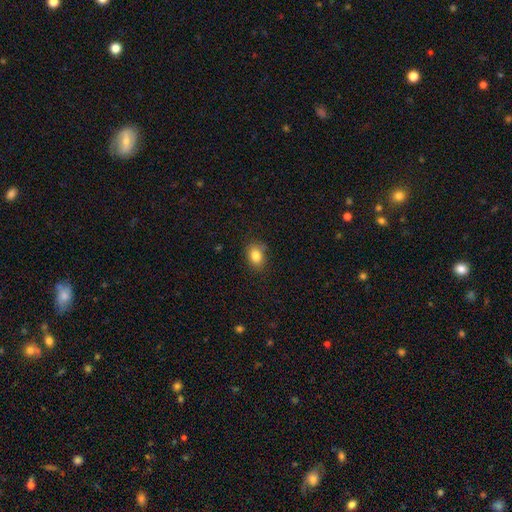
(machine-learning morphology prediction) A smooth galaxy with no disk features (84%) that is in between round and cigar-shaped (67%).

Vote fractions:
- Smooth or featured? smooth: 84% / star or artifact: 9% / featured or disk: 7%
- How rounded? in between: 67% / round: 32% / cigar-shaped: 1%
- Merging? none: 79% / minor disturbance: 16% / major disturbance: 4% / merger: 2%